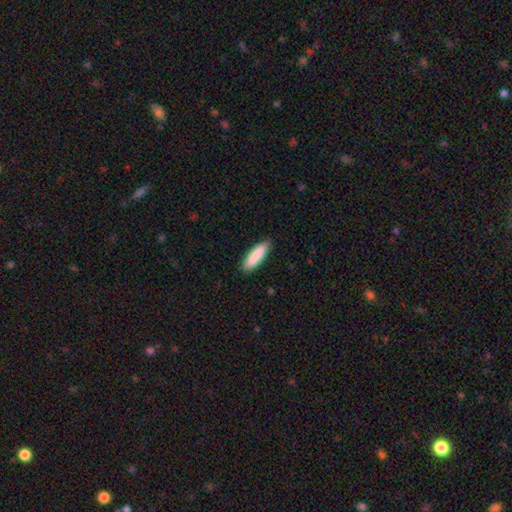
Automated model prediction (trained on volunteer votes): A smooth galaxy with no disk features (89%) that is cigar-shaped (55%).

Vote fractions:
- Smooth or featured? smooth: 89% / featured or disk: 6% / star or artifact: 5%
- How rounded? cigar-shaped: 55% / in between: 44% / round: 1%
- Merging? none: 88% / minor disturbance: 10% / major disturbance: 2% / merger: 1%